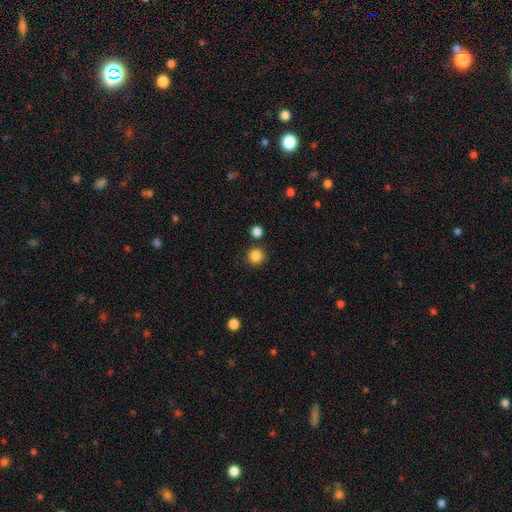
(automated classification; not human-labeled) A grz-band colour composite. It shows a smooth galaxy with no disk features (85%) that is round (95%). Merging: none (86%).